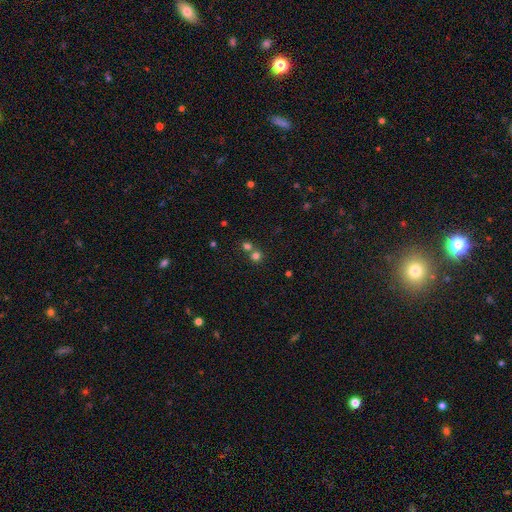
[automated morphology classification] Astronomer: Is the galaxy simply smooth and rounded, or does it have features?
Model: smooth — 74%.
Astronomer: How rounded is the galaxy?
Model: round — 89%.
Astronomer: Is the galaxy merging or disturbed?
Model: none — 55% (runner-up: merger, 37%).